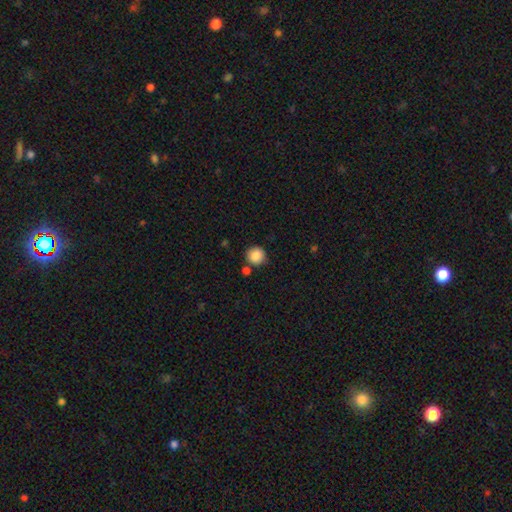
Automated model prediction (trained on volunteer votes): Smooth or featured? Predicted: smooth (p=0.87). How rounded? Predicted: round (p=0.91). Merging? Predicted: none (p=0.78).